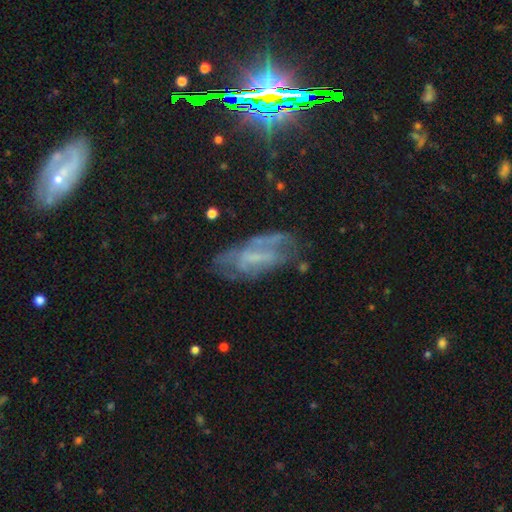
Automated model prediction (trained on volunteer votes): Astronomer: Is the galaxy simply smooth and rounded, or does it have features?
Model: featured or disk — 60%.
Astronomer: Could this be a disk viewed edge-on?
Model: no — 89%.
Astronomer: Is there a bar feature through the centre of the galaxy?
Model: no — 48% (runner-up: weak, 36%).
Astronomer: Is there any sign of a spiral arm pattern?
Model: yes — 60% (runner-up: no, 40%).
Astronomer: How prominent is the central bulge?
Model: none — 50% (runner-up: small, 31%).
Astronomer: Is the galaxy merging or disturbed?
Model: none — 51%.